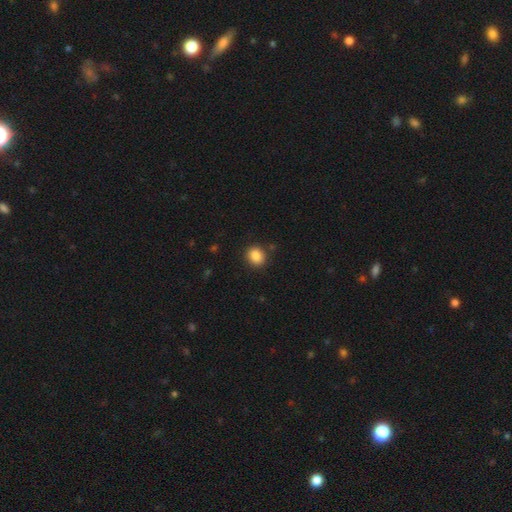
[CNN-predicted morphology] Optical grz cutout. It shows a smooth galaxy with no disk features (86%) that is round (70%). Merging: none (88%).